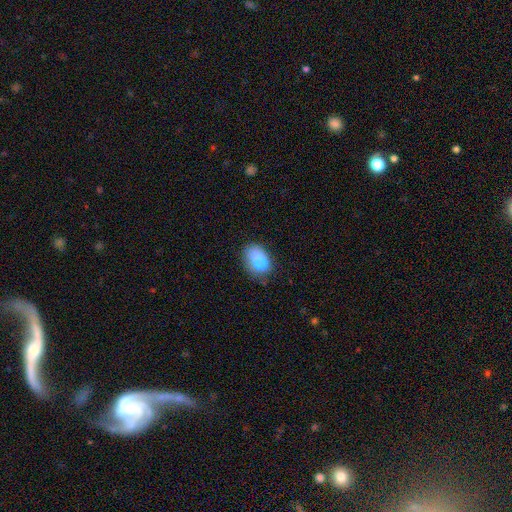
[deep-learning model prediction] A smooth galaxy with no disk features (75%) that is in between round and cigar-shaped (76%).

Vote fractions:
- Smooth or featured? smooth: 75% / featured or disk: 15% / star or artifact: 10%
- How rounded? in between: 76% / round: 23% / cigar-shaped: 1%
- Merging? none: 48% / minor disturbance: 34% / major disturbance: 14% / merger: 5%